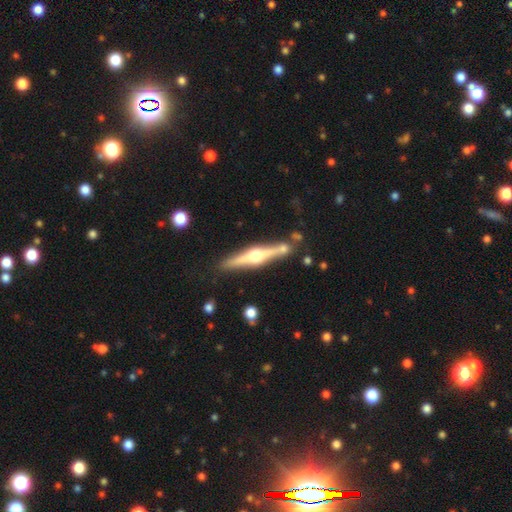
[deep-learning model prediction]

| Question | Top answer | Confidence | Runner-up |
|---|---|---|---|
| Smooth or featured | featured or disk | 79% | smooth (16%) |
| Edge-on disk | yes | 98% | no (2%) |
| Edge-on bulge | rounded | 93% | boxy (5%) |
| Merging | none | 80% | minor disturbance (10%) |